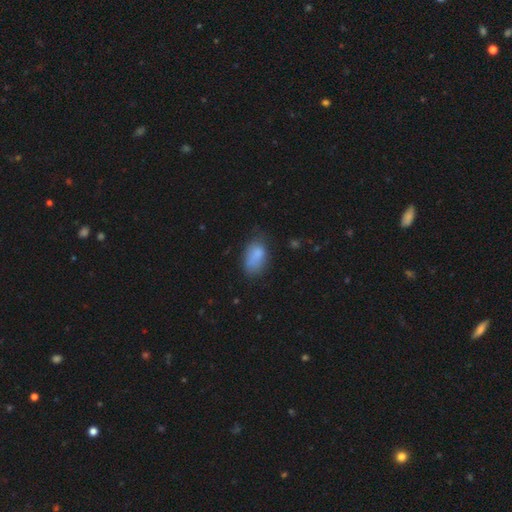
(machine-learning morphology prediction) A smooth galaxy with no disk features (82%) that is in between round and cigar-shaped (90%).

Vote fractions:
- Smooth or featured? smooth: 82% / featured or disk: 9% / star or artifact: 9%
- How rounded? in between: 90% / round: 8% / cigar-shaped: 2%
- Merging? none: 55% / minor disturbance: 31% / major disturbance: 11% / merger: 3%